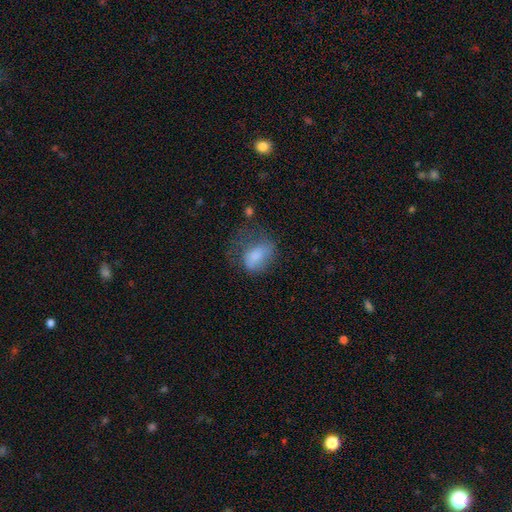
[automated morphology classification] smooth 71%, featured or disk 19%, star or artifact 10%. Down the decision tree: how rounded — in between (79%); merging — major disturbance (41%).